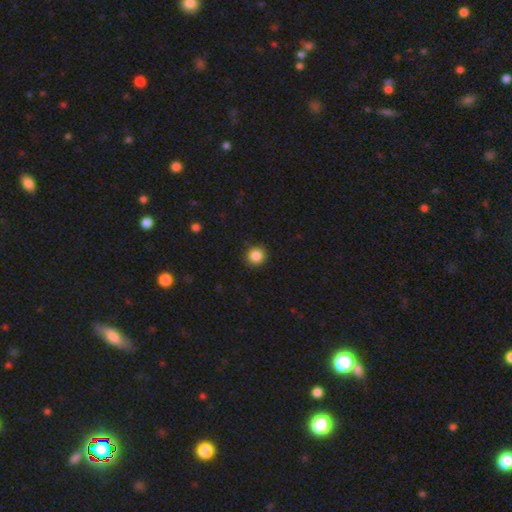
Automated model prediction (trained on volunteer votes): This is clearly a smooth galaxy (86%). How rounded: clearly round (93%). Merging: clearly none (90%).